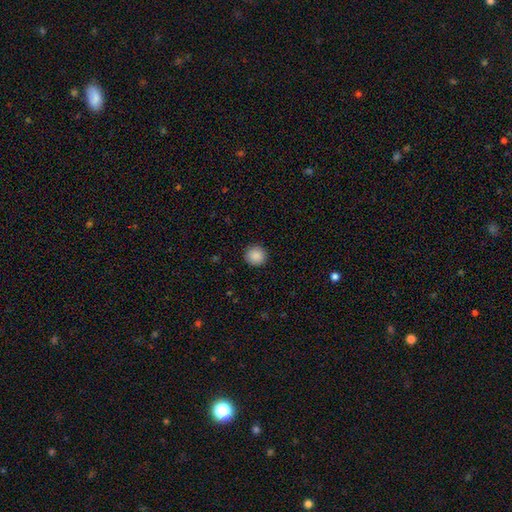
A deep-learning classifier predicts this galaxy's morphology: This is clearly a smooth galaxy (89%). How rounded: clearly round (93%). Merging: clearly none (92%).